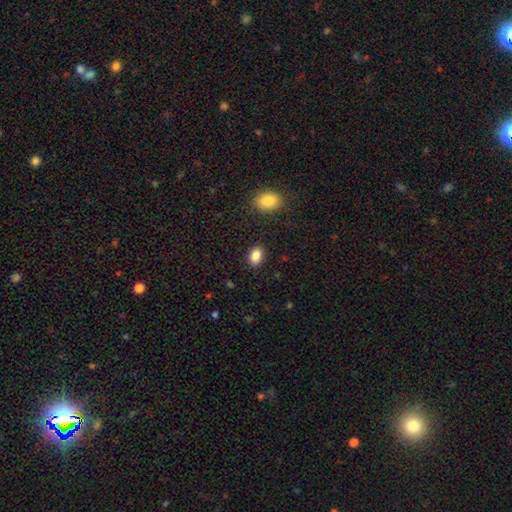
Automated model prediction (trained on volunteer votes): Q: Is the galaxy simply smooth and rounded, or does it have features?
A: smooth — 86%.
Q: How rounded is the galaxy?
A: in between — 80%.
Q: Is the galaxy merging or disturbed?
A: none — 87%.